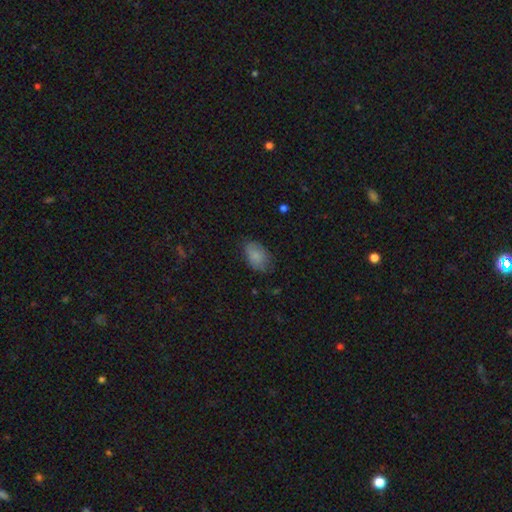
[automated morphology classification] smooth 84%, featured or disk 8%, star or artifact 8%. Down the decision tree: how rounded — in between (89%); merging — none (70%).